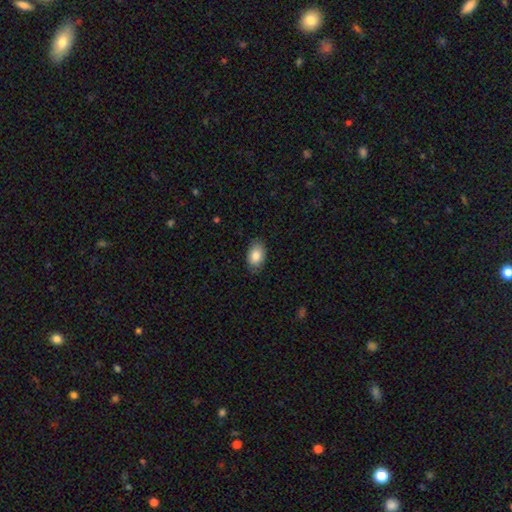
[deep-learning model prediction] This appears to be a smooth galaxy with no disk features (86%) that is in between round and cigar-shaped (89%). Merging: none (84%).